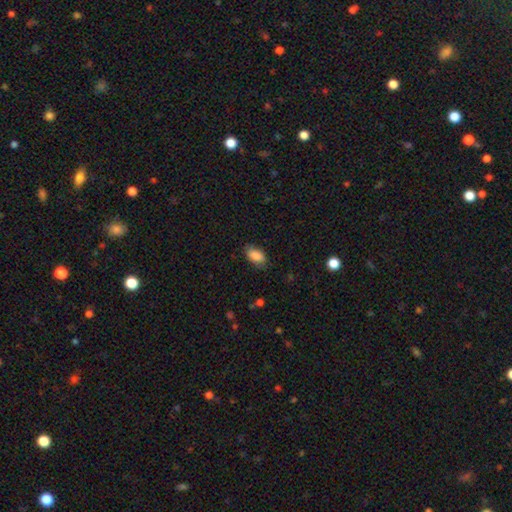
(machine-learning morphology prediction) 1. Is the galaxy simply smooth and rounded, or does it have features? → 86% smooth, 7% star or artifact, 7% featured or disk.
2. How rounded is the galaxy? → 92% in between, 5% round, 3% cigar-shaped.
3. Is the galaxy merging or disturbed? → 81% none, 15% minor disturbance, 3% major disturbance, 1% merger.